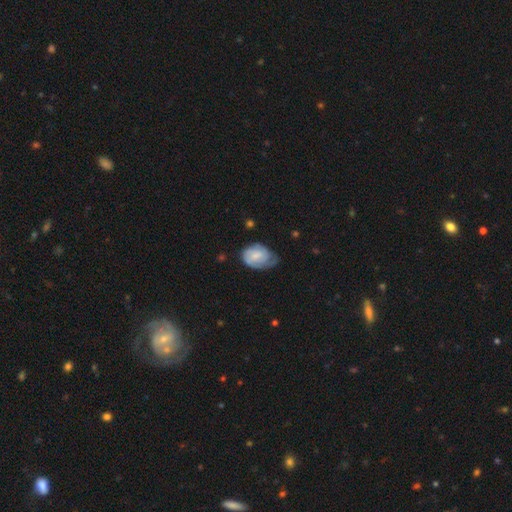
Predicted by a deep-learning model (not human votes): The model was most divided on "merging" (2-way tie): none: 39%, minor disturbance: 39%, major disturbance: 20%, merger: 2%. More confident: edge-on disk — no (97%); smooth or featured — featured or disk (52%).